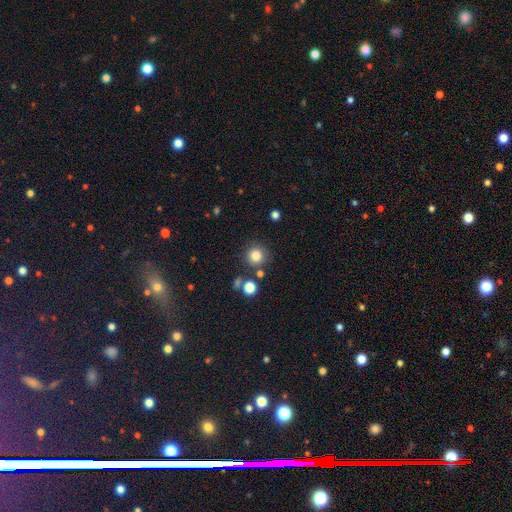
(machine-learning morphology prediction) smooth 81%, star or artifact 13%, featured or disk 6%. Down the decision tree: how rounded — round (93%); merging — none (82%).